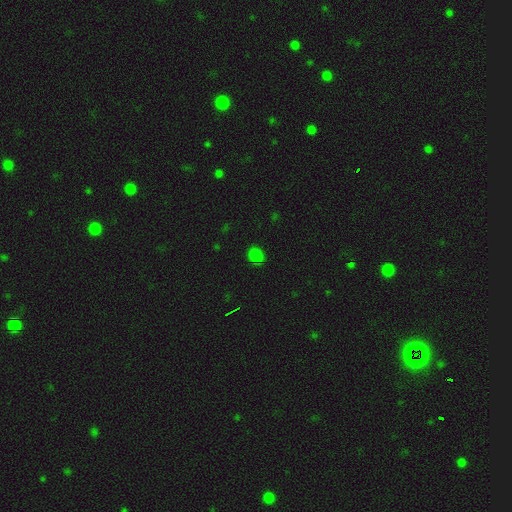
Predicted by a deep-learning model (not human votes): This is likely a smooth galaxy (73%). How rounded: possibly round (57%). Merging: clearly none (81%).